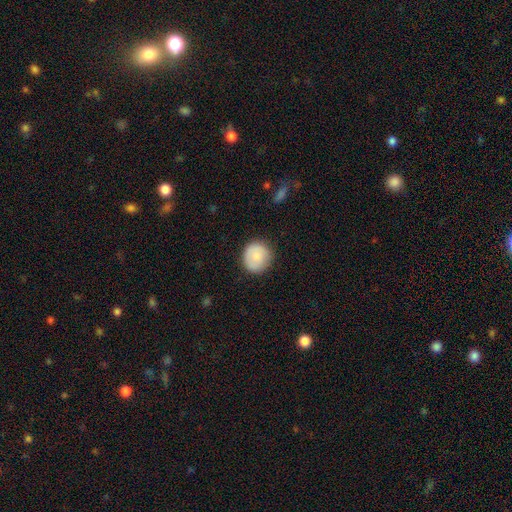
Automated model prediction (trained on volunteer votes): smooth_or_featured: smooth (p=0.85) [alt: featured or disk p=0.08]
how_rounded: round (p=0.89) [alt: in between p=0.10]
merging: none (p=0.84) [alt: minor disturbance p=0.12]